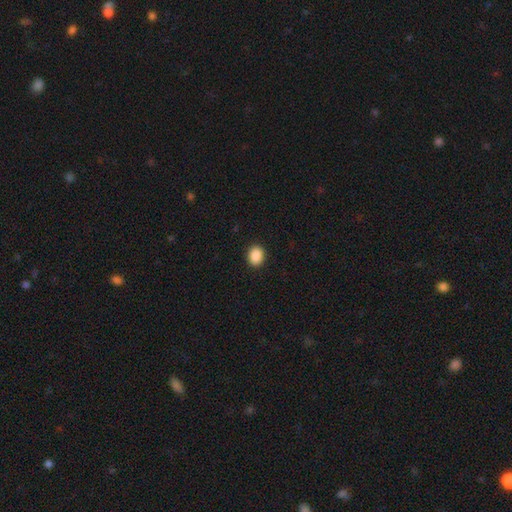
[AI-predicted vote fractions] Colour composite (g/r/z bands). It shows a smooth galaxy with no disk features (89%) that is in between round and cigar-shaped (51%). Merging: none (91%).